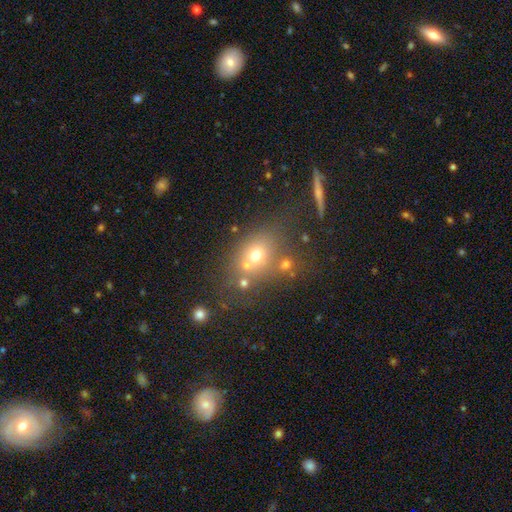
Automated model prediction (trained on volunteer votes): Q: Smooth or featured?
A: smooth (58%); runner-up: star or artifact (21%)
Q: How rounded?
A: round (53%); runner-up: in between (45%)
Q: Merging?
A: none (55%); runner-up: merger (26%)